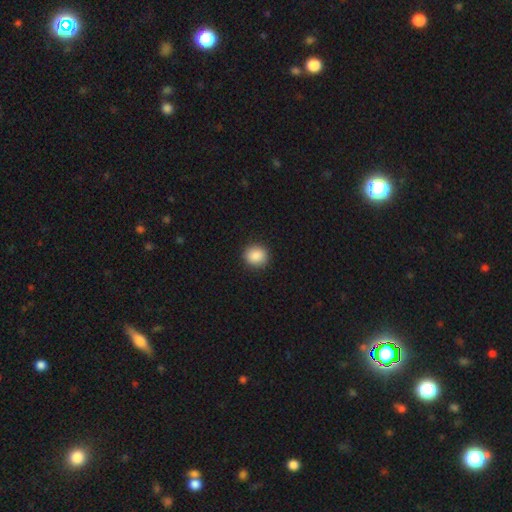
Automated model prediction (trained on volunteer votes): smooth_or_featured: smooth (p=0.88) [alt: star or artifact p=0.08]
how_rounded: round (p=0.82) [alt: in between p=0.17]
merging: none (p=0.91) [alt: minor disturbance p=0.06]